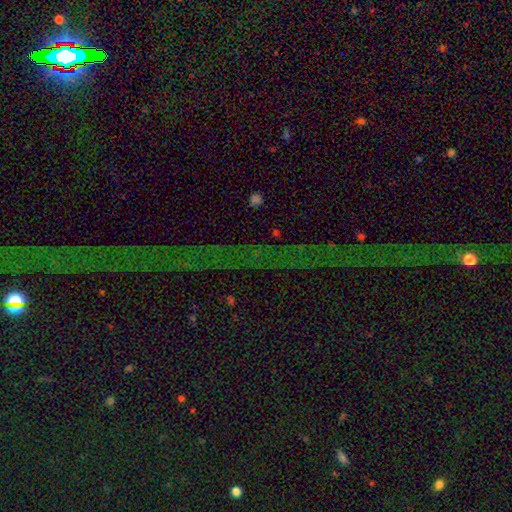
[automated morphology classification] A star or artifact, not a galaxy (79%).

Vote fractions:
- Smooth or featured? star or artifact: 79% / featured or disk: 12% / smooth: 9%